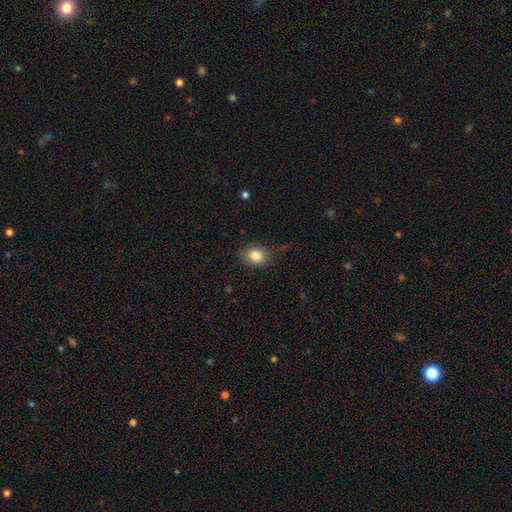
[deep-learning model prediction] Smooth or featured?
  - smooth: 84% *
  - star or artifact: 10%
  - featured or disk: 7%
How rounded?
  - round: 56% *
  - in between: 43%
  - cigar-shaped: 1%
Merging?
  - none: 77% *
  - minor disturbance: 17%
  - major disturbance: 5%
  - merger: 1%